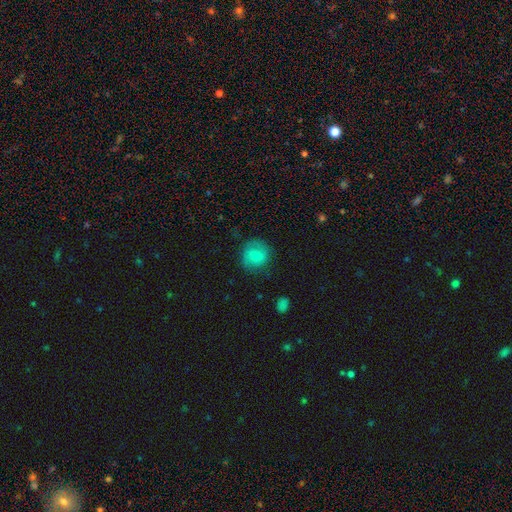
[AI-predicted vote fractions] smooth 69%, featured or disk 23%, star or artifact 8%. Down the decision tree: how rounded — round (84%); merging — none (75%).